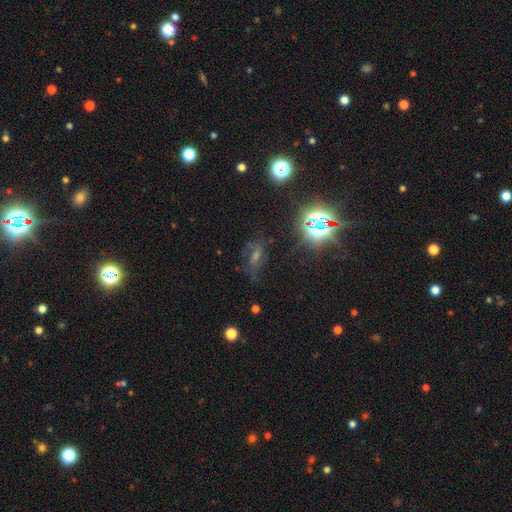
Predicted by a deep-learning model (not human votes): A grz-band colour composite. It shows a star or artifact, not a galaxy (43%).